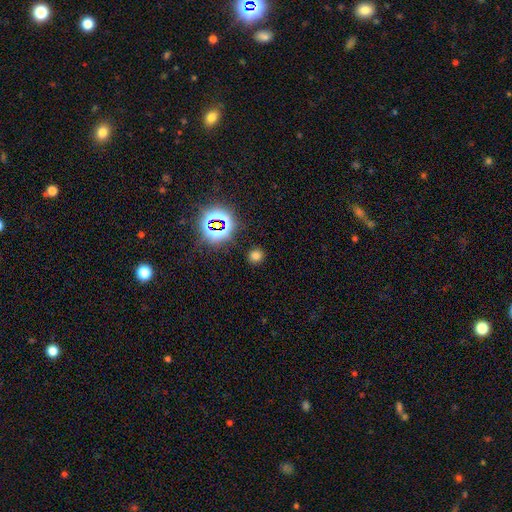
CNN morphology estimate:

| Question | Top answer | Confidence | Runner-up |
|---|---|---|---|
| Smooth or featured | smooth | 68% | star or artifact (26%) |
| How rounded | round | 84% | in between (15%) |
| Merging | none | 87% | minor disturbance (8%) |